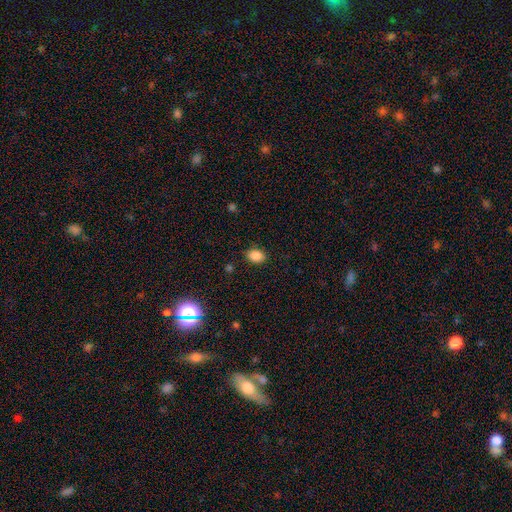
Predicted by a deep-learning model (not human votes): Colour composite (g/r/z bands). It shows a smooth galaxy with no disk features (86%) that is in between round and cigar-shaped (73%). Merging: none (86%).